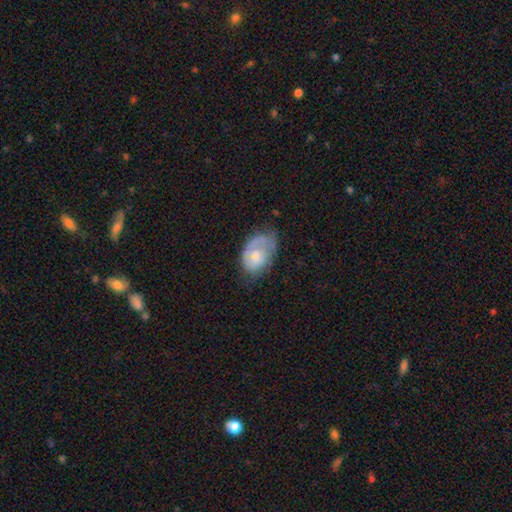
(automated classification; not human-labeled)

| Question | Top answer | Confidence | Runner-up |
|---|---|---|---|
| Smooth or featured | featured or disk | 48% | smooth (46%) |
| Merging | none | 45% | minor disturbance (33%) |